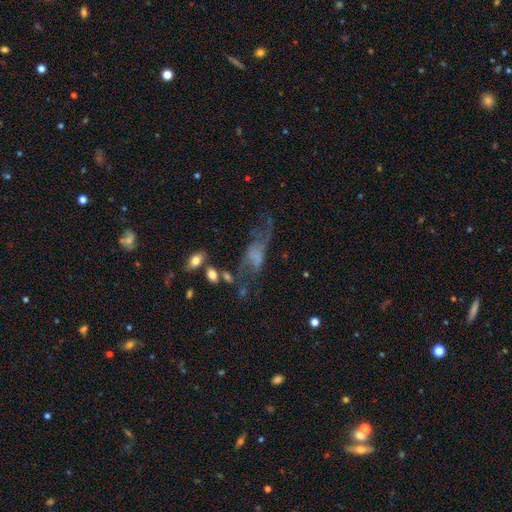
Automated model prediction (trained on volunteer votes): A featured or disk galaxy (53%).

Vote fractions:
- Smooth or featured? featured or disk: 53% / smooth: 32% / star or artifact: 15%
- Edge-on disk? no: 83% / yes: 17%
- Merging? major disturbance: 38% / none: 34% / minor disturbance: 20% / merger: 7%